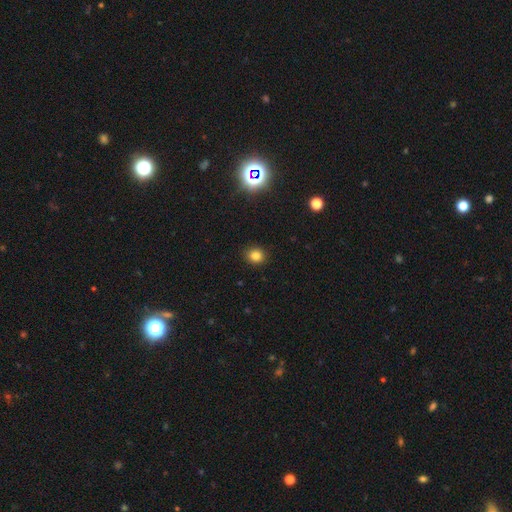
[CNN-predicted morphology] Overall: smooth (81%). How rounded: round (80%). Merging: none (90%).